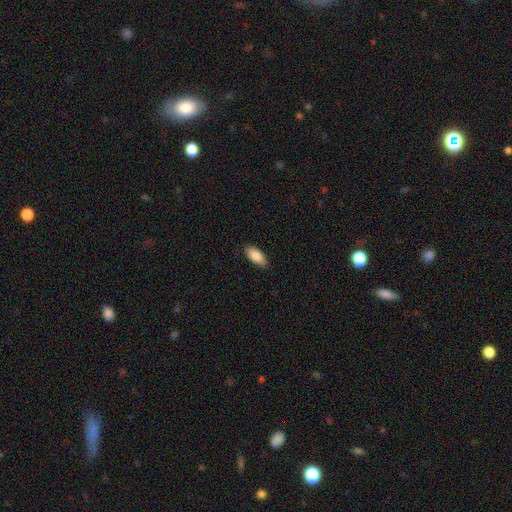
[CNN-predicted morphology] smooth_or_featured: smooth (p=0.86) [alt: featured or disk p=0.08]
how_rounded: in between (p=0.83) [alt: cigar-shaped p=0.15]
merging: none (p=0.87) [alt: minor disturbance p=0.10]